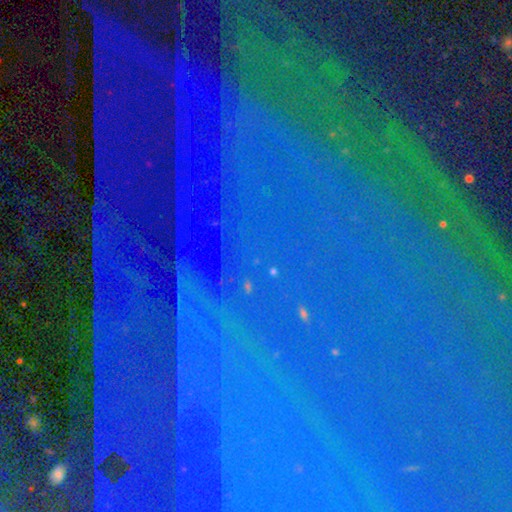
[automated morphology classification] Smooth or featured?
  - star or artifact: 86% *
  - featured or disk: 7%
  - smooth: 6%